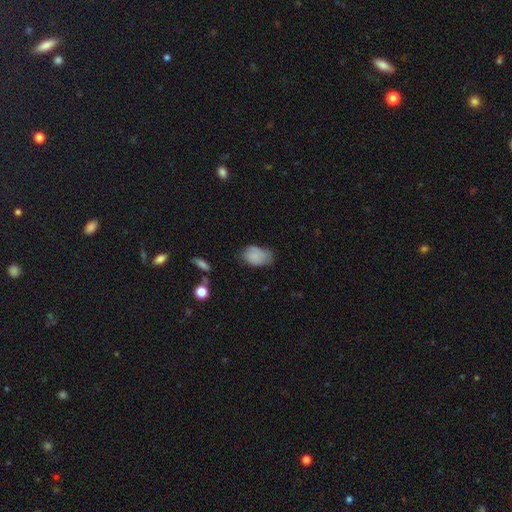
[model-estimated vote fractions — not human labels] Smooth or featured?
  - smooth: 82% *
  - featured or disk: 9%
  - star or artifact: 9%
How rounded?
  - in between: 86% *
  - round: 13%
  - cigar-shaped: 1%
Merging?
  - none: 52% *
  - minor disturbance: 35%
  - major disturbance: 10%
  - merger: 3%